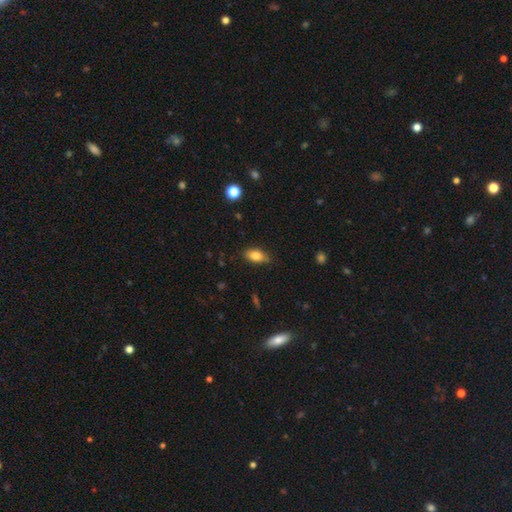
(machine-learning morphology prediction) type=smooth (81%); roundness=in between (88%); merging=none (80%).